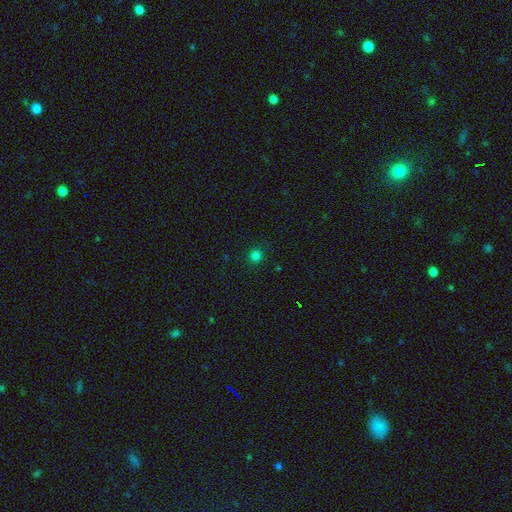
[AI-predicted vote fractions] smooth_or_featured: smooth (p=0.79) [alt: star or artifact p=0.17]
how_rounded: round (p=0.92) [alt: in between p=0.07]
merging: none (p=0.91) [alt: minor disturbance p=0.06]